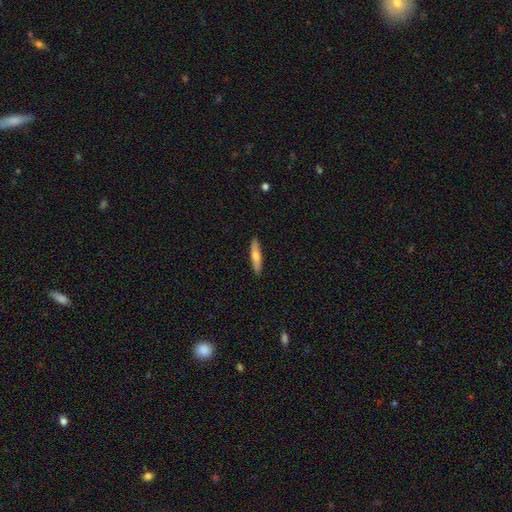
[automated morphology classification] smooth 61%, featured or disk 34%, star or artifact 6%. Down the decision tree: how rounded — cigar-shaped (82%); merging — none (91%).